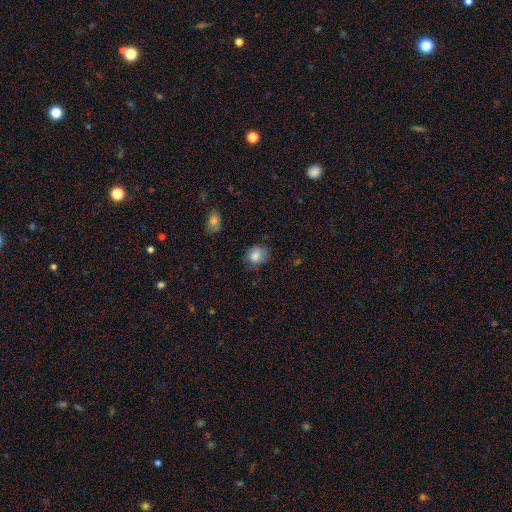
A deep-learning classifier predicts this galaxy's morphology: smooth_or_featured: smooth (p=0.81) [alt: star or artifact p=0.10]
how_rounded: round (p=0.62) [alt: in between p=0.37]
merging: none (p=0.60) [alt: minor disturbance p=0.28]